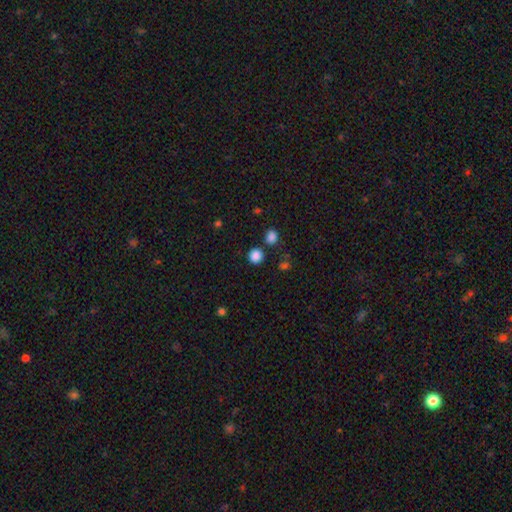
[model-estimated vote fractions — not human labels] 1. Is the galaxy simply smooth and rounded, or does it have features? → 86% smooth, 11% star or artifact, 3% featured or disk.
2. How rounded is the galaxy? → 90% round, 10% in between, 1% cigar-shaped.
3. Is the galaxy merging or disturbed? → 83% none, 7% minor disturbance, 7% merger, 3% major disturbance.